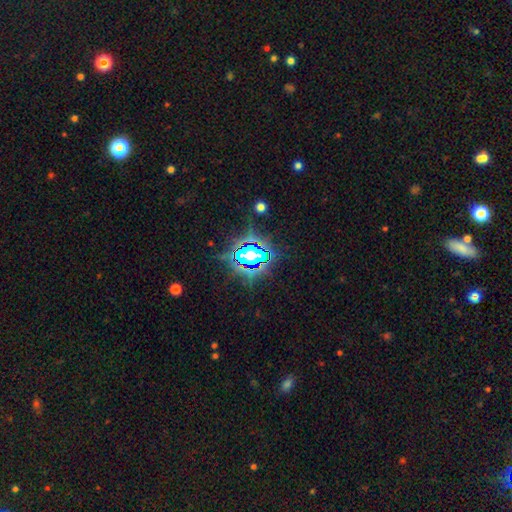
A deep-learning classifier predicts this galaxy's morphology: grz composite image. It shows a star or artifact, not a galaxy (79%).